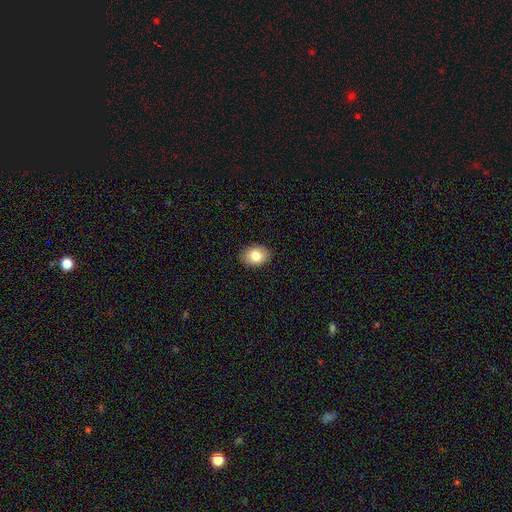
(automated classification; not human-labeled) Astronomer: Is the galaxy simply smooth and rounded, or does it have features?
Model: smooth — 82%.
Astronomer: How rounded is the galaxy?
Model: in between — 71%.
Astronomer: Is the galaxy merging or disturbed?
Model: none — 90%.